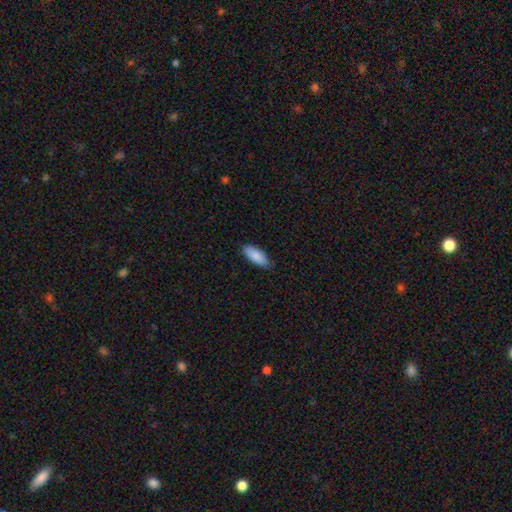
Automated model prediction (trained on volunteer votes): The model was most divided on "how rounded": in between: 82%, cigar-shaped: 17%, round: 2%. More confident: smooth or featured — smooth (88%); merging — none (85%).